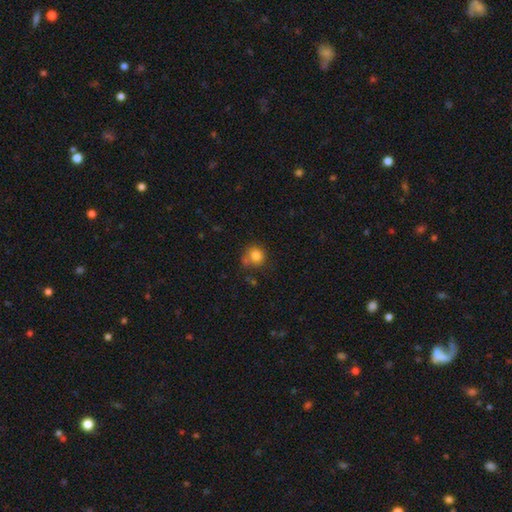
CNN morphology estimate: The model was most divided on "merging": none: 62%, minor disturbance: 19%, merger: 12%, major disturbance: 6%. More confident: how rounded — round (88%); smooth or featured — smooth (81%).